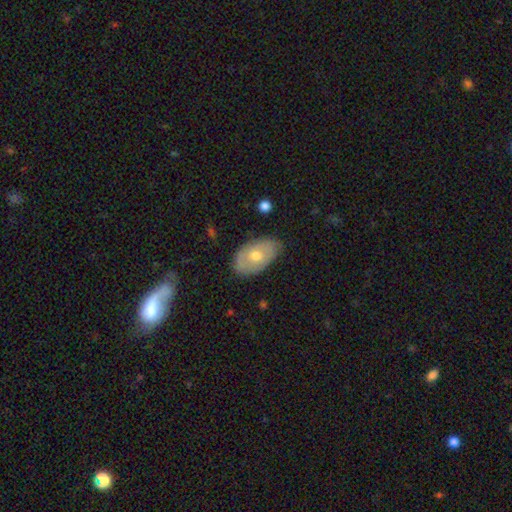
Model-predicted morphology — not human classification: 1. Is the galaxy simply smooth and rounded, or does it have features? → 56% smooth, 38% featured or disk, 6% star or artifact.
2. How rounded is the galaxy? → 91% in between, 7% round, 1% cigar-shaped.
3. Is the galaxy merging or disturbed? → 77% none, 19% minor disturbance, 3% major disturbance, 1% merger.